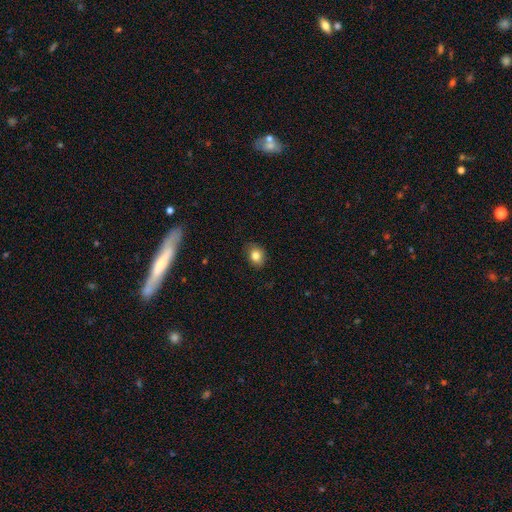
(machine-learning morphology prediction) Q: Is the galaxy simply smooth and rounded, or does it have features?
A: smooth — 82%.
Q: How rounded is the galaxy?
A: in between — 56%.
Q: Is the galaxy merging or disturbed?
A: none — 81%.